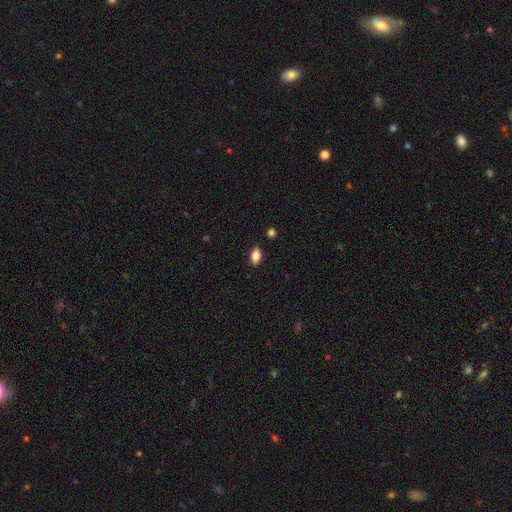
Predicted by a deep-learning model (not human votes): Smooth or featured? smooth (82%)
How rounded? in between (88%)
Merging? none (86%)